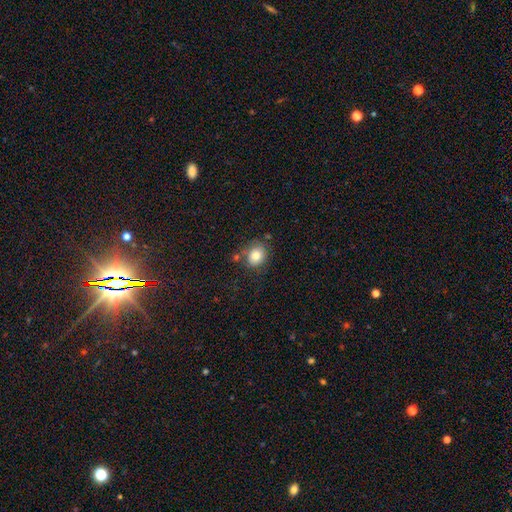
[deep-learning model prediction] A smooth galaxy with no disk features (80%) that is round (69%).

Vote fractions:
- Smooth or featured? smooth: 80% / featured or disk: 10% / star or artifact: 10%
- How rounded? round: 69% / in between: 31% / cigar-shaped: 1%
- Merging? none: 67% / minor disturbance: 18% / merger: 8% / major disturbance: 6%